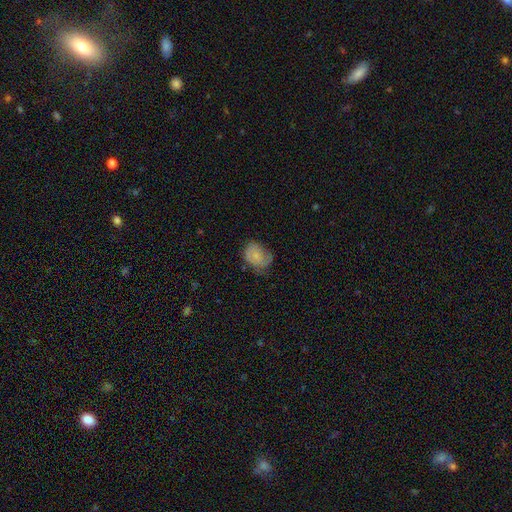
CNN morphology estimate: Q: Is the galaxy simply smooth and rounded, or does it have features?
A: smooth — 55%.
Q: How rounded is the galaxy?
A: in between — 61%.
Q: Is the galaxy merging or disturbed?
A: none — 51%.